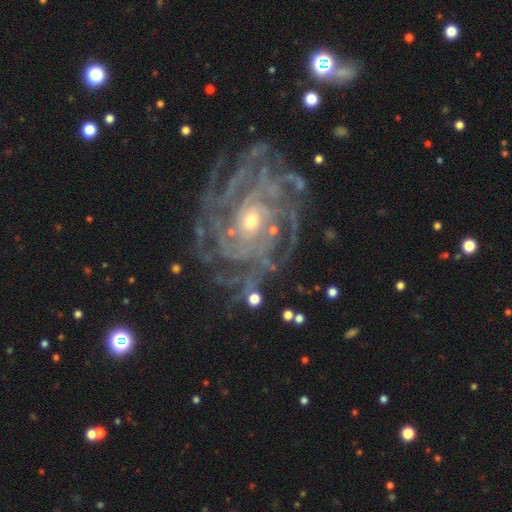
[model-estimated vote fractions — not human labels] smooth-or-featured: featured or disk: 89% | star or artifact: 7% | smooth: 4%
  disk-edge-on: no: 97% | yes: 3%
    bar: no: 72% | weak: 21% | strong: 7%
    has-spiral-arms: yes: 96% | no: 4%
      spiral-winding: tight: 75% | medium: 20% | loose: 5%
      spiral-arm-count: more than 4: 28% (tied) | can't tell: 28% (tied) | 4: 17% | 3: 10% | 2: 9% | 1: 8%
    bulge-size: small: 58% | moderate: 38% | large: 2% | none: 1% | dominant: 1%
  merging: none: 75% | minor disturbance: 15% | major disturbance: 9% | merger: 2%